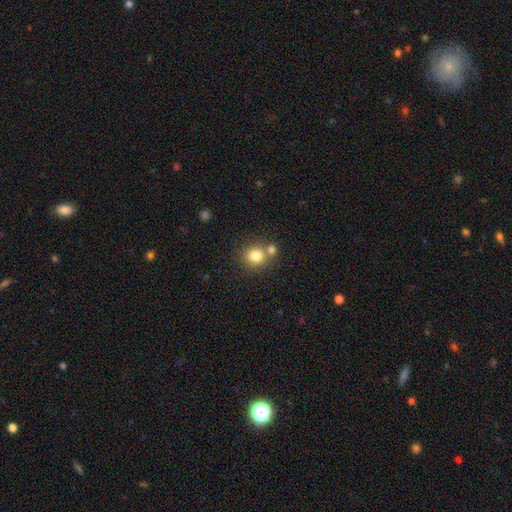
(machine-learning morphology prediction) type=smooth (80%); roundness=round (85%); merging=none (61%).